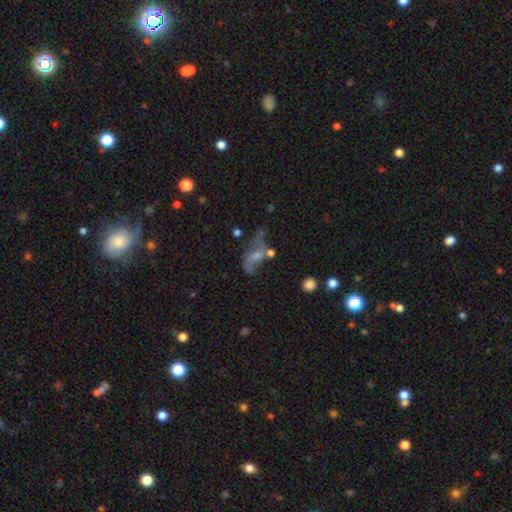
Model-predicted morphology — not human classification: Smooth or featured? Predicted: featured or disk (p=0.53). Edge-on disk? Predicted: no (p=0.92). Merging? Predicted: major disturbance (p=0.32).